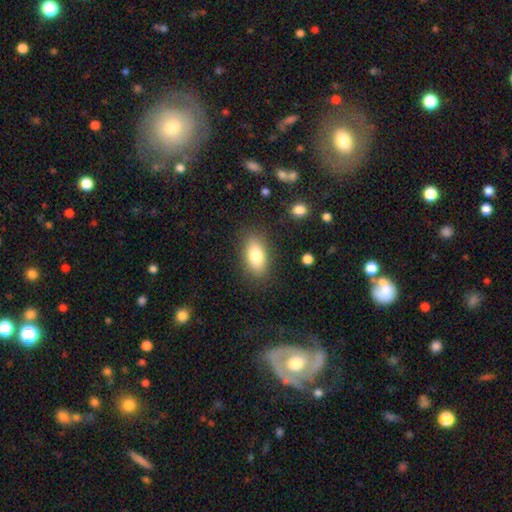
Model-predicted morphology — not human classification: A smooth galaxy with no disk features (78%) that is in between round and cigar-shaped (88%). Merging: none (85%).